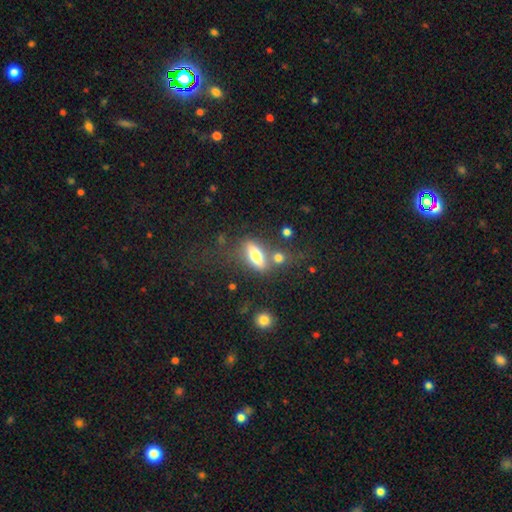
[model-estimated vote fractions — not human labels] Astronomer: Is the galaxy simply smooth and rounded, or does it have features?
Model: smooth — 64%.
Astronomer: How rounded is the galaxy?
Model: in between — 59% (runner-up: cigar-shaped, 36%).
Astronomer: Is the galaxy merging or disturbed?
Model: none — 61%.